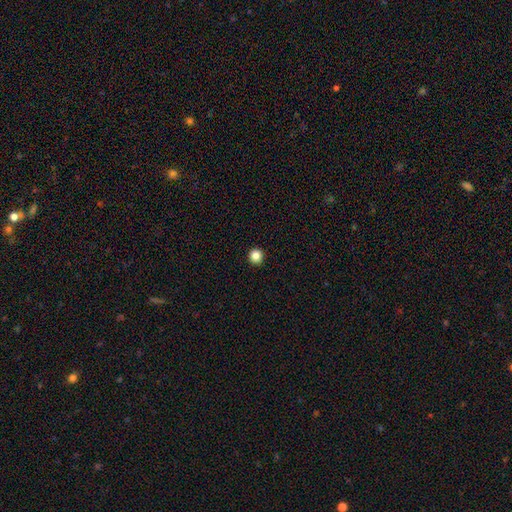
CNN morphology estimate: Smooth or featured? smooth (85%)
How rounded? round (96%)
Merging? none (94%)